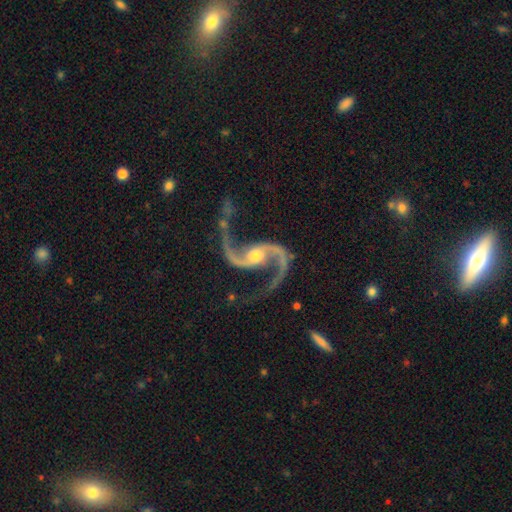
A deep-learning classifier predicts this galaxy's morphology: smooth-or-featured: featured or disk: 94% | star or artifact: 4% | smooth: 2%
  disk-edge-on: no: 98% | yes: 2%
    bar: no: 52% | weak: 33% | strong: 16%
    has-spiral-arms: yes: 98% | no: 2%
      spiral-winding: loose: 67% | medium: 28% | tight: 6%
      spiral-arm-count: 2: 95% | 1: 1% | can't tell: 1% | 3: 1% | 4: 1% | more than 4: 1%
    bulge-size: moderate: 60% | small: 32% | large: 4% | none: 2% | dominant: 1%
  merging: none: 70% | minor disturbance: 16% | major disturbance: 10% | merger: 4%